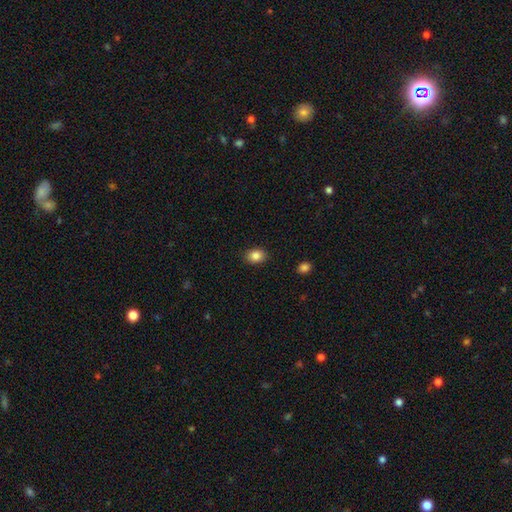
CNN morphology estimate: This appears to be a smooth galaxy with no disk features (85%) that is in between round and cigar-shaped (61%). Merging: none (88%).